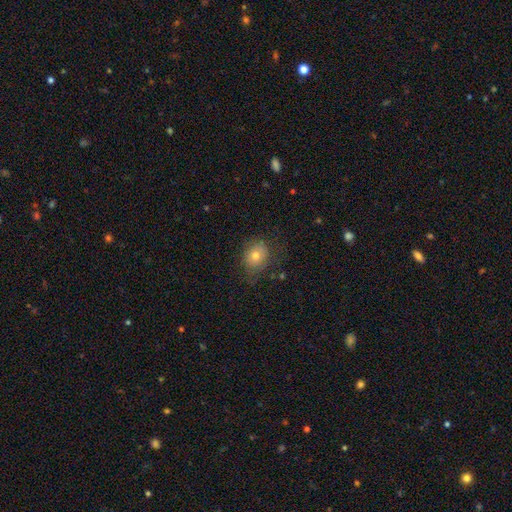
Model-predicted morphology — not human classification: type=smooth (73%); roundness=round (60%); merging=none (73%).